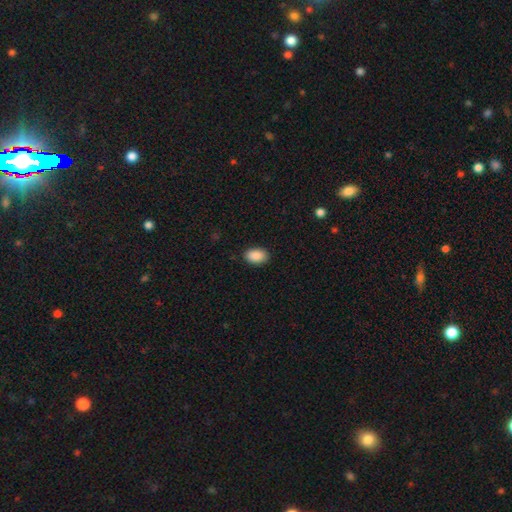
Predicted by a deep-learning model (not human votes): Smooth or featured: smooth — 90% (star or artifact — 7%)
How rounded: in between — 89% (round — 10%)
Merging: none — 88% (minor disturbance — 9%)